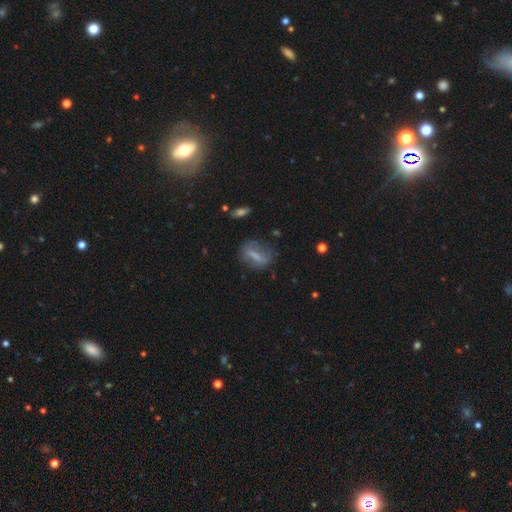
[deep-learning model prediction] This is possibly a smooth galaxy (46%). Merging: possibly none (59%).